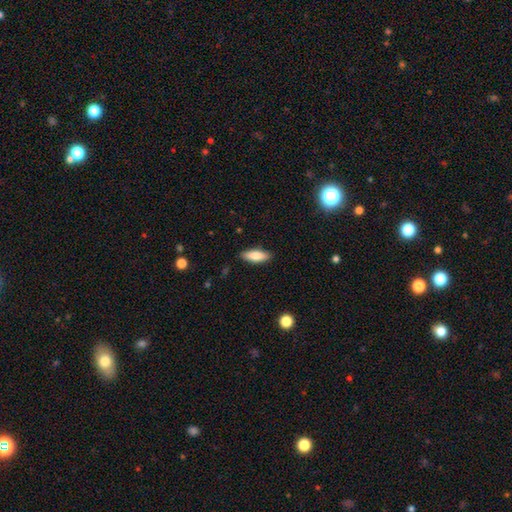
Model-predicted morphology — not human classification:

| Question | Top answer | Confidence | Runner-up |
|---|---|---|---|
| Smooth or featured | smooth | 78% | featured or disk (16%) |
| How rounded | in between | 66% | cigar-shaped (32%) |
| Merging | none | 88% | minor disturbance (9%) |